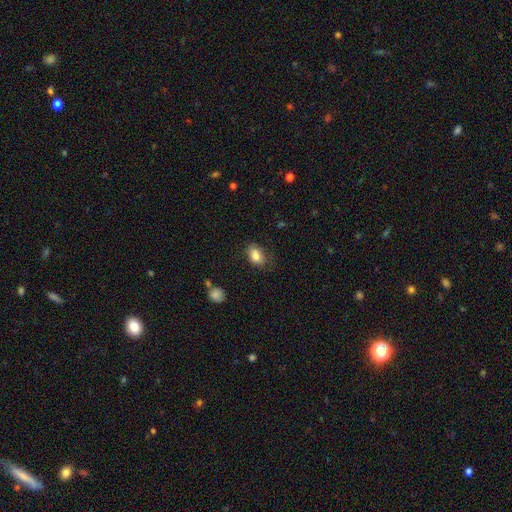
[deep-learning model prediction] A smooth galaxy with no disk features (83%) that is in between round and cigar-shaped (87%).

Vote fractions:
- Smooth or featured? smooth: 83% / featured or disk: 9% / star or artifact: 8%
- How rounded? in between: 87% / round: 12% / cigar-shaped: 2%
- Merging? none: 65% / minor disturbance: 25% / major disturbance: 8% / merger: 2%